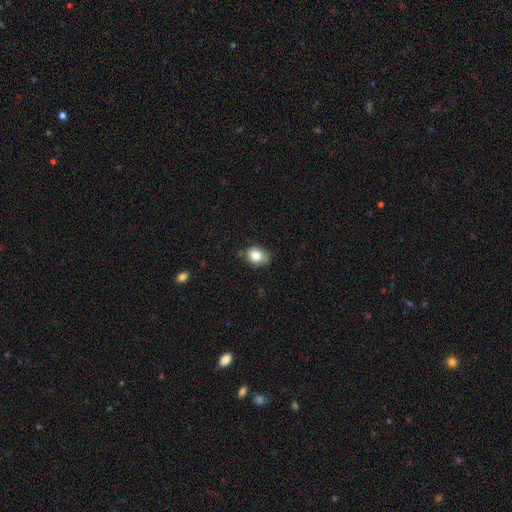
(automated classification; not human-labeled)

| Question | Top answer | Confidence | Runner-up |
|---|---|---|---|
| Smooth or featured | smooth | 80% | featured or disk (11%) |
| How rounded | in between | 52% | round (47%) |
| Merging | none | 64% | minor disturbance (28%) |